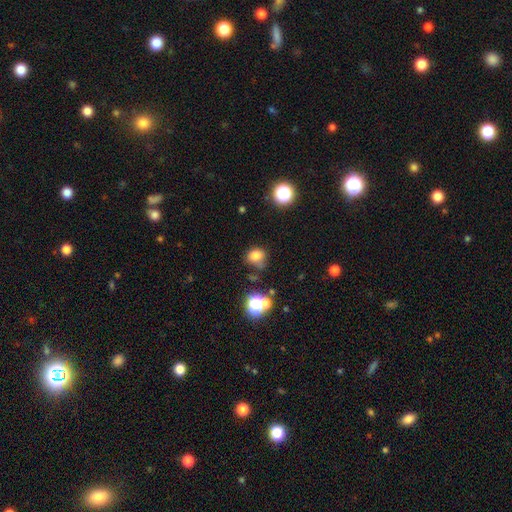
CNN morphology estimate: This is likely a smooth galaxy (76%). How rounded: likely round (66%). Merging: possibly none (57%).